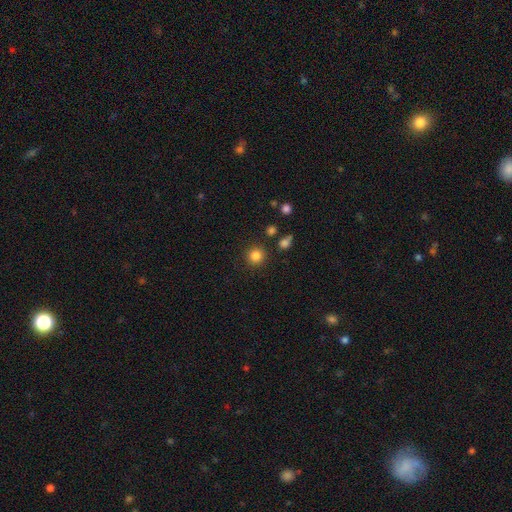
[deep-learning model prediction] This is clearly a smooth galaxy (84%). How rounded: clearly round (94%). Merging: clearly none (88%).